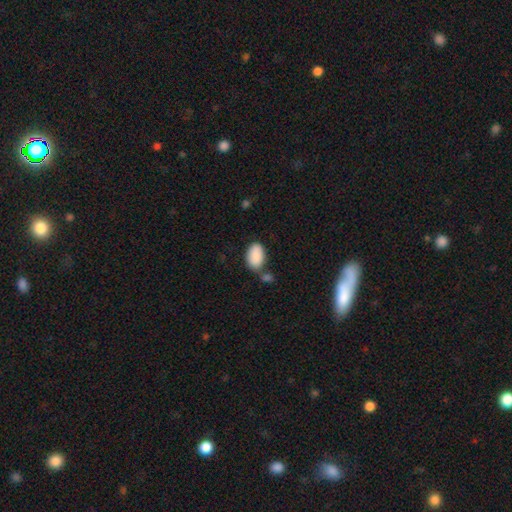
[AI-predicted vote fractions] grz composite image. It shows a smooth galaxy with no disk features (89%) that is in between round and cigar-shaped (93%). Merging: none (57%).